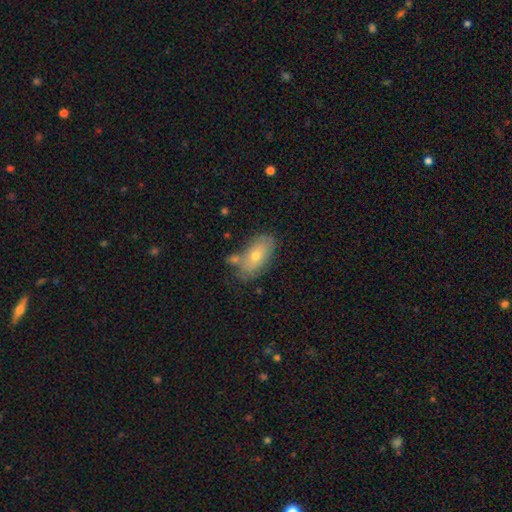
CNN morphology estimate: Overall: smooth (58%; featured or disk 34%). How rounded: in between (90%). Merging: none (60%; minor disturbance 21%).